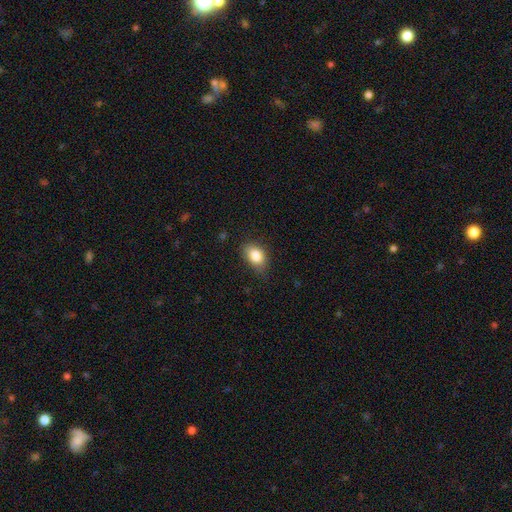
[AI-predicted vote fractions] smooth-or-featured: smooth: 84% | star or artifact: 9% | featured or disk: 7%
  how-rounded: in between: 79% | round: 20% | cigar-shaped: 1%
  merging: none: 73% | minor disturbance: 22% | major disturbance: 4% | merger: 1%